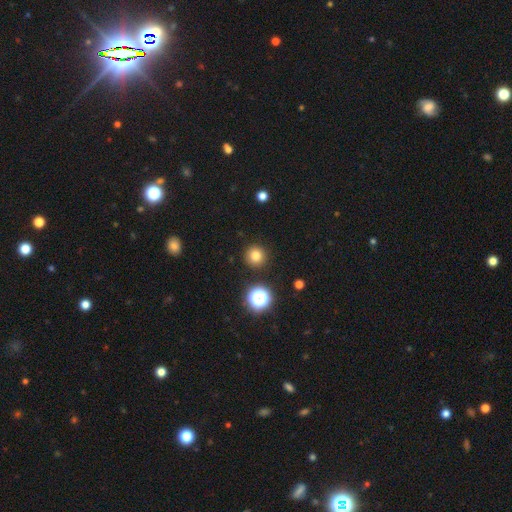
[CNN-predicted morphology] smooth 79%, star or artifact 16%, featured or disk 6%. Down the decision tree: how rounded — round (95%); merging — none (91%).